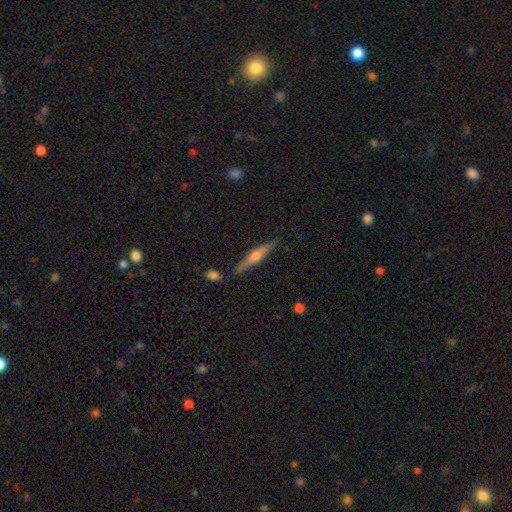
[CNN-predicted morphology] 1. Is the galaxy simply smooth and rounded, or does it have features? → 73% featured or disk, 20% smooth, 6% star or artifact.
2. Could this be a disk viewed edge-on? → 98% yes, 2% no.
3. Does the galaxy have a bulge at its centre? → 90% rounded, 6% boxy, 4% none.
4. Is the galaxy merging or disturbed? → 86% none, 9% minor disturbance, 3% merger, 2% major disturbance.